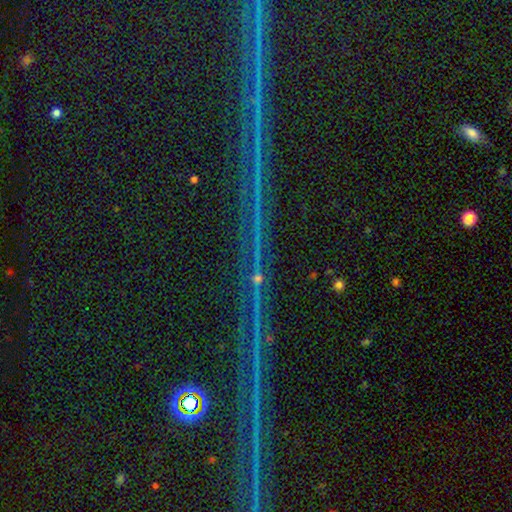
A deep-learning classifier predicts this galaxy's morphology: A star or artifact, not a galaxy (85%).